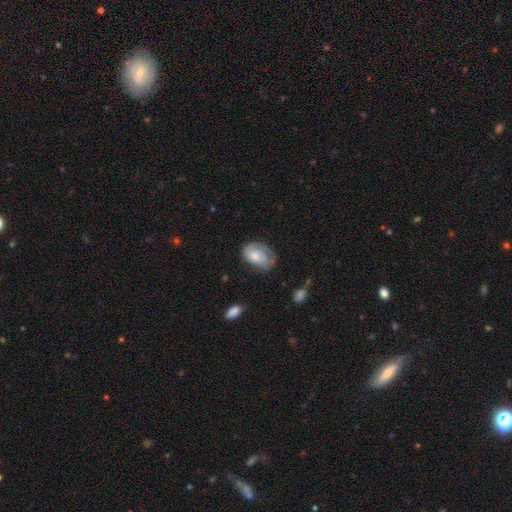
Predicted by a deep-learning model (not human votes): Overall: smooth (49%; featured or disk 44%). Merging: none (52%; minor disturbance 30%).